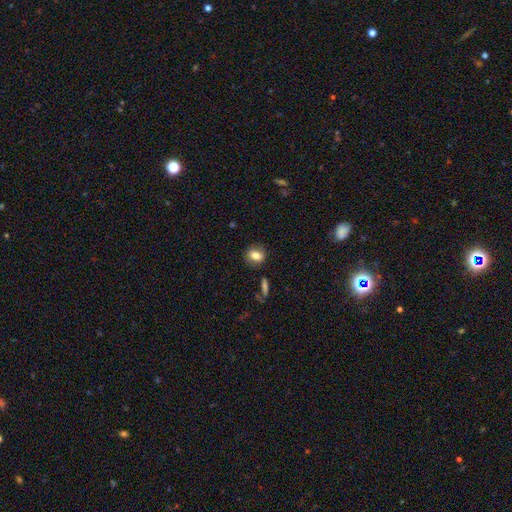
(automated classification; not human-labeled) Overall: smooth (78%). How rounded: round (51%; in between 47%). Merging: none (84%).